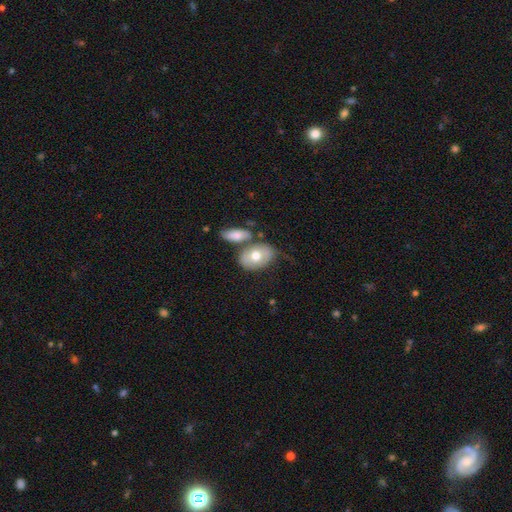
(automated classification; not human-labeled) Smooth or featured? smooth (65%)
How rounded? in between (82%)
Merging? none (54%)